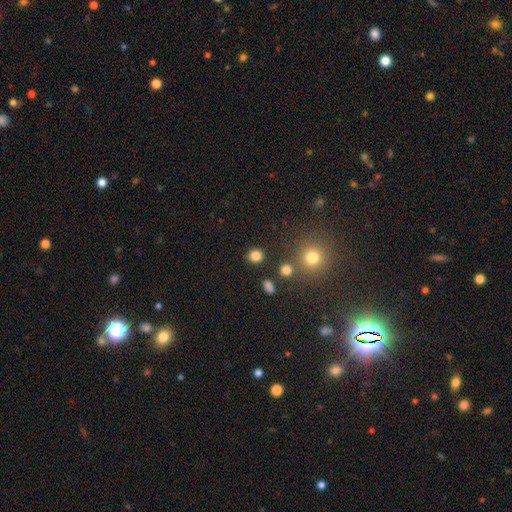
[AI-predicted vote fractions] The model was most divided on "smooth or featured": smooth: 82%, star or artifact: 14%, featured or disk: 4%. More confident: merging — none (87%); how rounded — round (87%).